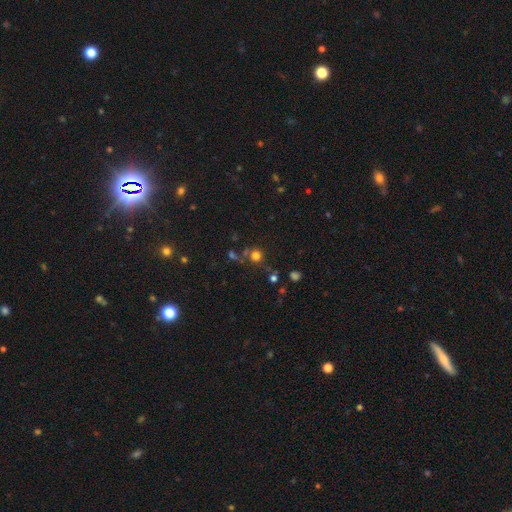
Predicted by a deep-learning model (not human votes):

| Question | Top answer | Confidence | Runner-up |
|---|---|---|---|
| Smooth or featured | smooth | 71% | star or artifact (22%) |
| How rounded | round | 92% | in between (7%) |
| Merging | none | 69% | merger (15%) |